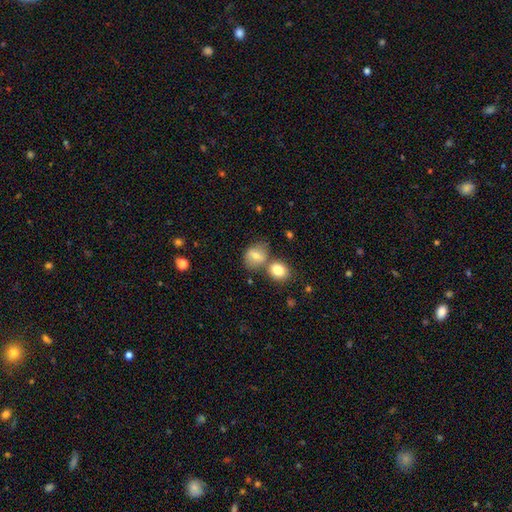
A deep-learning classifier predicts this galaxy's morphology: Smooth or featured? Predicted: smooth (p=0.69). How rounded? Predicted: round (p=0.50). Merging? Predicted: none (p=0.51).